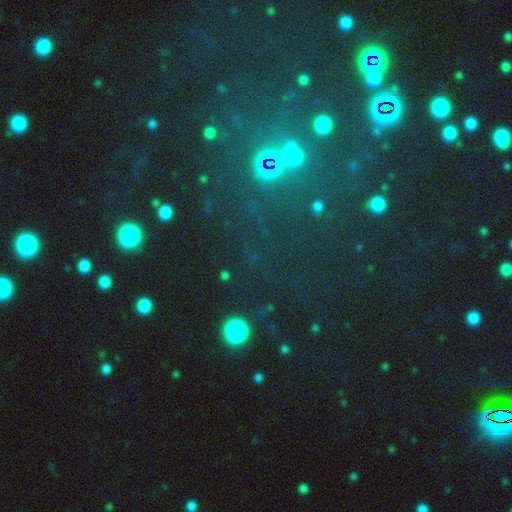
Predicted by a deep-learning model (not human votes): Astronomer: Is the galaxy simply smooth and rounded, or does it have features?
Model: star or artifact — 63%.